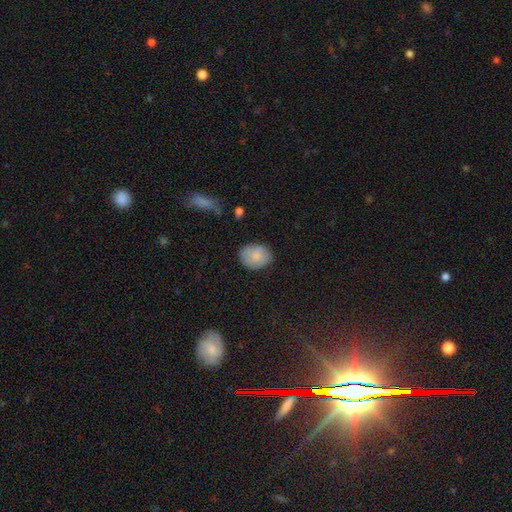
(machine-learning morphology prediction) Smooth or featured?
  - smooth: 82% *
  - featured or disk: 11%
  - star or artifact: 7%
How rounded?
  - in between: 61% *
  - round: 38%
  - cigar-shaped: 1%
Merging?
  - none: 78% *
  - minor disturbance: 17%
  - major disturbance: 3%
  - merger: 1%